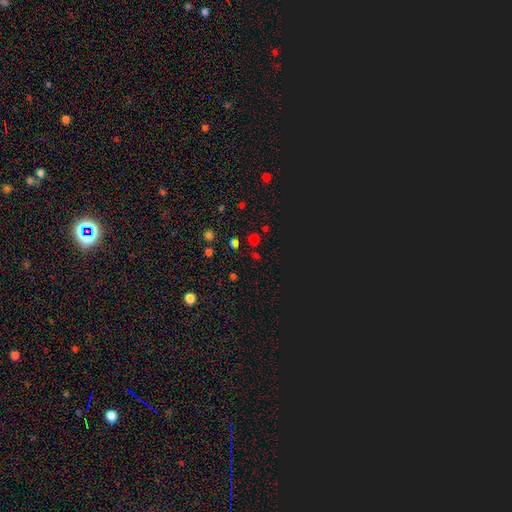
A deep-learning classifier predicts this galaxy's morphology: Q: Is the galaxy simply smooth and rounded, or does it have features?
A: star or artifact — 53%.